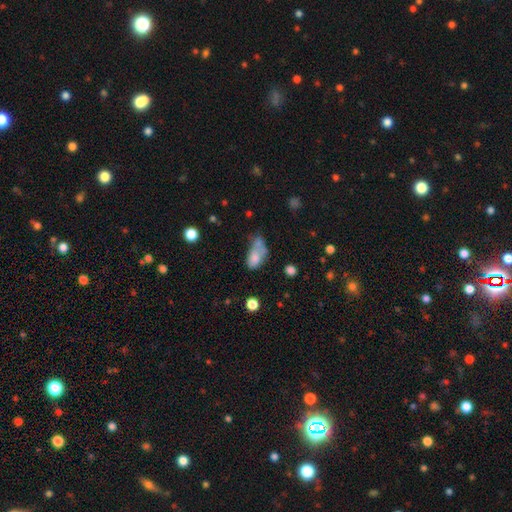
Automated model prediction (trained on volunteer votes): smooth-or-featured: smooth: 71% | featured or disk: 18% | star or artifact: 11%
  how-rounded: in between: 86% | round: 9% | cigar-shaped: 5%
  merging: merger: 40% | none: 22% | minor disturbance: 19% | major disturbance: 19%